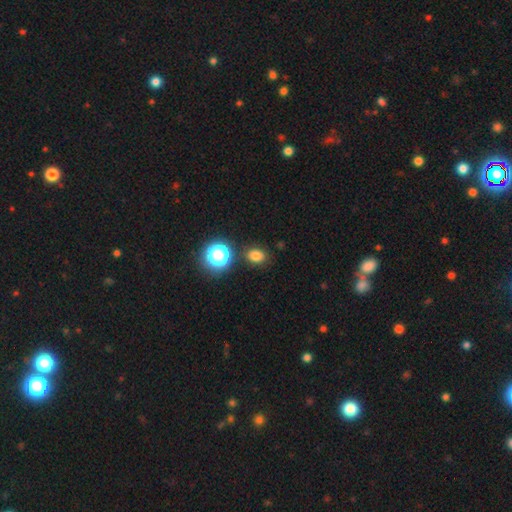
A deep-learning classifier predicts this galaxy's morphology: Smooth or featured: smooth — 78% (star or artifact — 17%)
How rounded: in between — 54% (round — 45%)
Merging: none — 81% (minor disturbance — 10%)